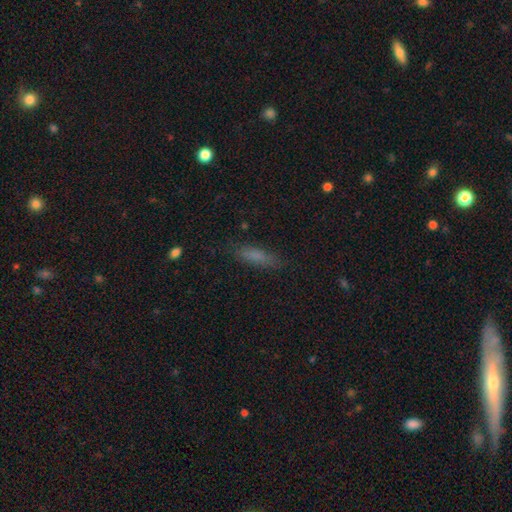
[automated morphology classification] type=smooth (74%); roundness=cigar-shaped (65%); merging=none (80%).